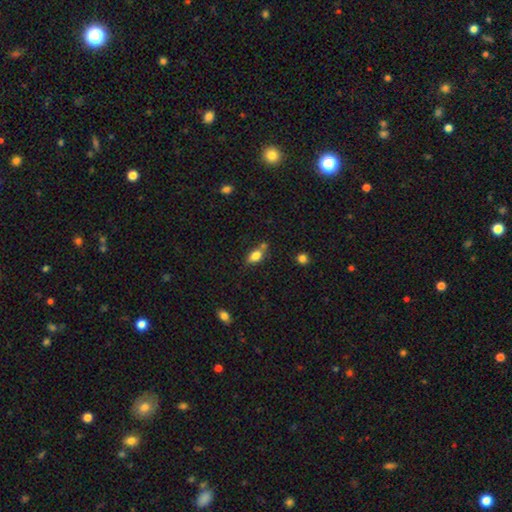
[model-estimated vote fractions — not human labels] smooth-or-featured: smooth: 78% | featured or disk: 13% | star or artifact: 9%
  how-rounded: in between: 84% | round: 8% | cigar-shaped: 8%
  merging: none: 58% | merger: 19% | minor disturbance: 18% | major disturbance: 5%